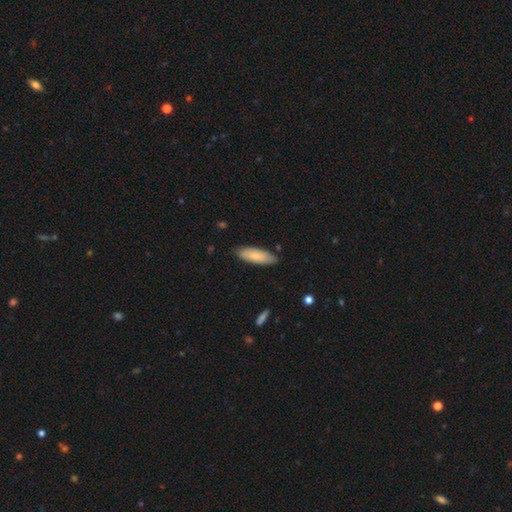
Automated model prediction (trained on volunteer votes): Smooth or featured?
  - smooth: 76% *
  - featured or disk: 19%
  - star or artifact: 6%
How rounded?
  - in between: 62% *
  - cigar-shaped: 36%
  - round: 2%
Merging?
  - none: 82% *
  - minor disturbance: 14%
  - major disturbance: 2%
  - merger: 2%